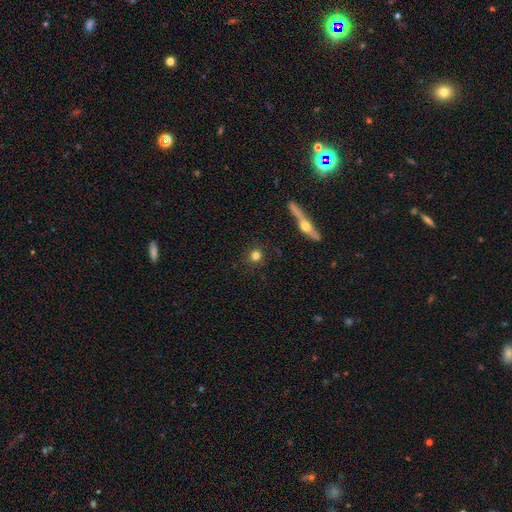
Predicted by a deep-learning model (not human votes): This is likely a smooth galaxy (77%). How rounded: clearly round (90%). Merging: clearly none (88%).